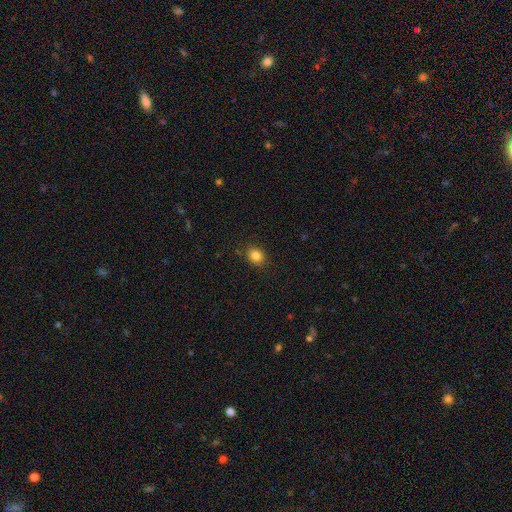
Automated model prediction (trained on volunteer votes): The model was most divided on "how rounded": round: 60%, in between: 39%, cigar-shaped: 1%. More confident: merging — none (86%); smooth or featured — smooth (84%).